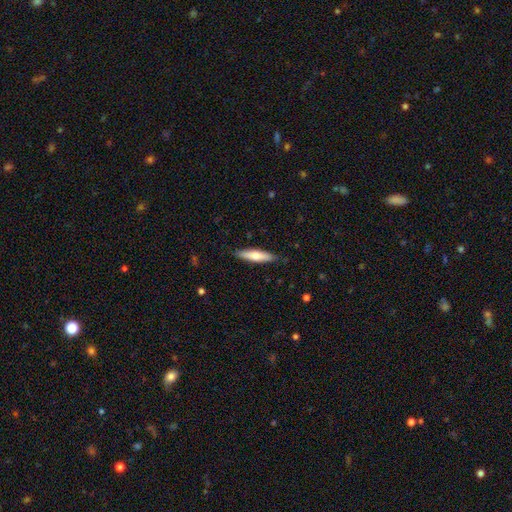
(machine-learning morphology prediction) Smooth or featured? Predicted: smooth (p=0.66). How rounded? Predicted: cigar-shaped (p=0.79). Merging? Predicted: none (p=0.86).